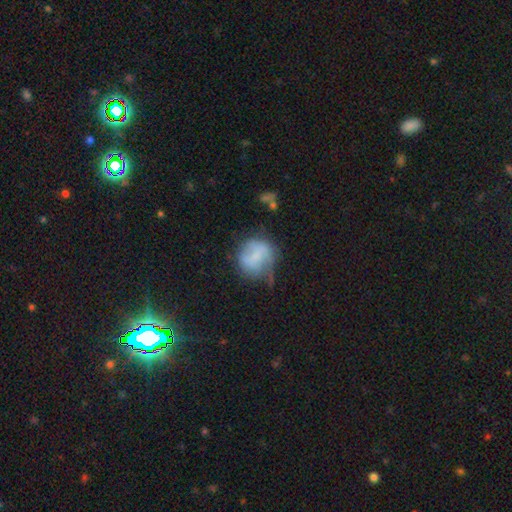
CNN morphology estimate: Smooth or featured? smooth (54%)
How rounded? round (74%)
Merging? none (39%)